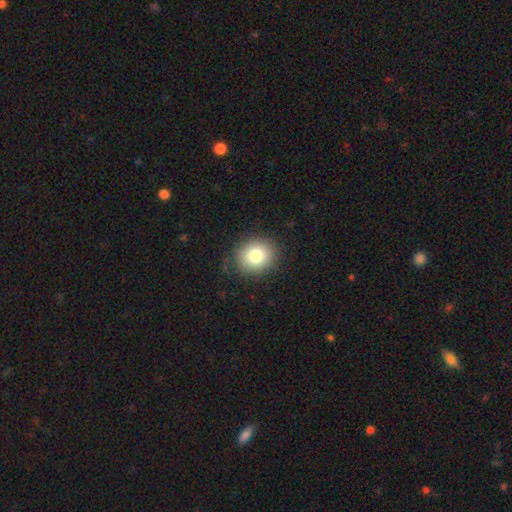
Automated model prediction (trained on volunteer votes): smooth 81%, star or artifact 10%, featured or disk 8%. Down the decision tree: how rounded — round (77%); merging — none (88%).